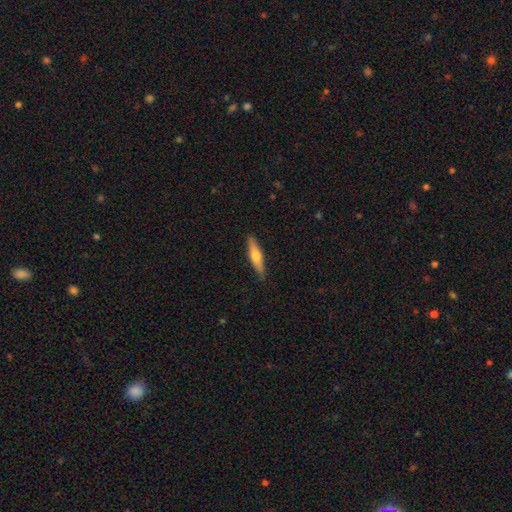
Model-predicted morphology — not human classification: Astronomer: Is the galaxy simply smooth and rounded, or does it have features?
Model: smooth — 53% (runner-up: featured or disk, 42%).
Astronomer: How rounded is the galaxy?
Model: cigar-shaped — 76%.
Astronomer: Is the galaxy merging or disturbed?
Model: none — 89%.